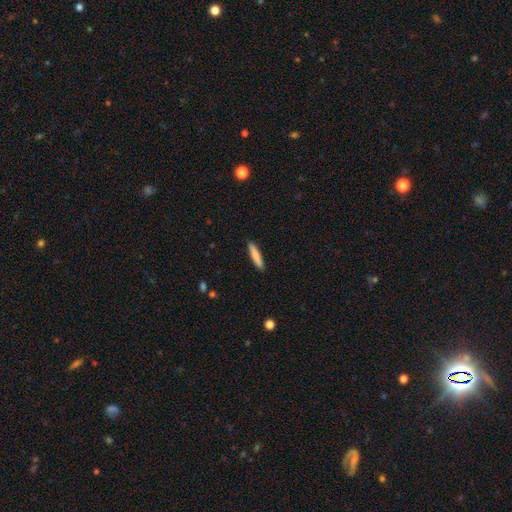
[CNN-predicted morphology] A smooth galaxy with no disk features (79%) that is cigar-shaped (90%). Merging: none (91%).